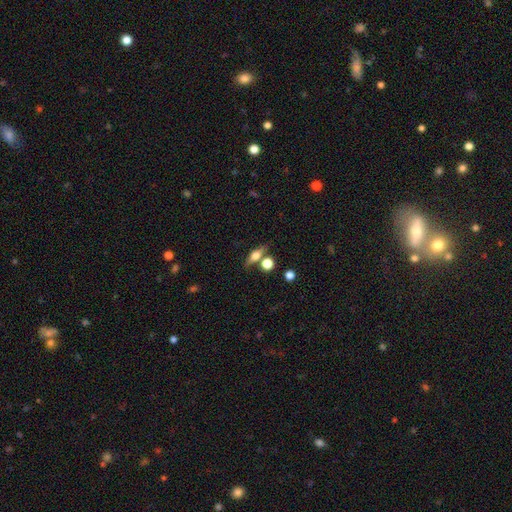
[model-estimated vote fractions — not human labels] This is possibly a featured or disk galaxy (50%). Merging: likely none (70%).